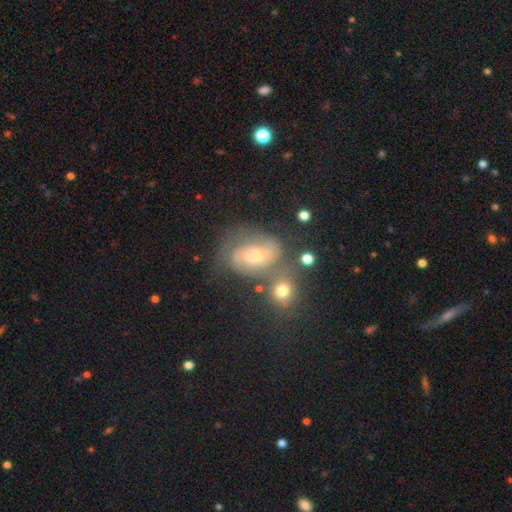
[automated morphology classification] Smooth or featured? featured or disk (74%)
Edge-on disk? no (97%)
Bar? no (52%)
Spiral arms? yes (93%)
Spiral winding? medium (45%)
Spiral arm count? 2 (67%)
Bulge size? small (54%)
Merging? none (57%)